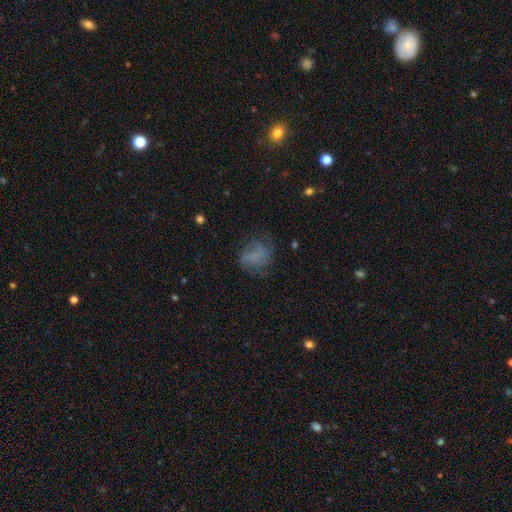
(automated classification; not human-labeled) A smooth galaxy with no disk features (43%, tied with featured or disk).

Vote fractions:
- Smooth or featured? smooth: 43% (tied) / featured or disk: 43% (tied) / star or artifact: 14%
- Merging? none: 54% / minor disturbance: 23% / major disturbance: 21% / merger: 2%